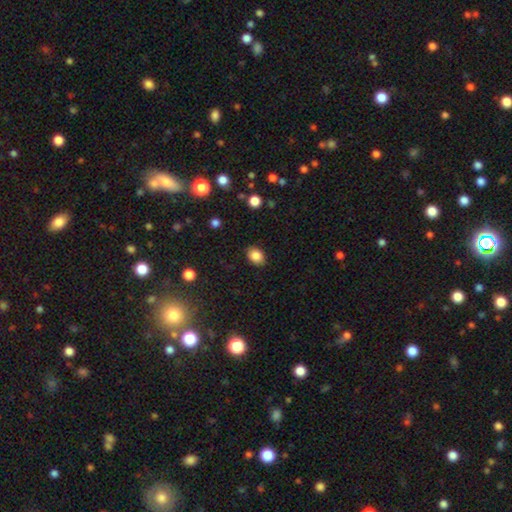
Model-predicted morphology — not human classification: This appears to be a smooth galaxy with no disk features (86%) that is in between round and cigar-shaped (66%). Merging: none (85%).